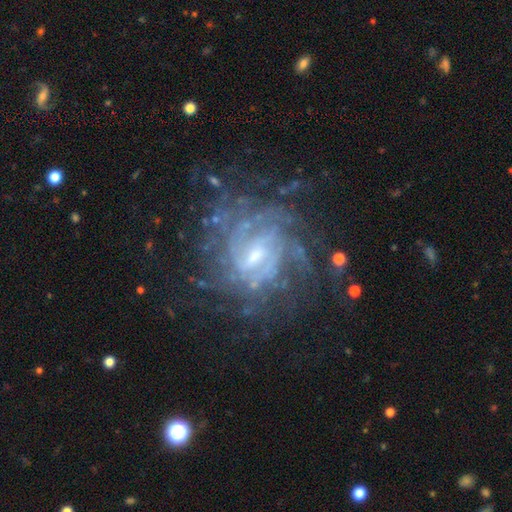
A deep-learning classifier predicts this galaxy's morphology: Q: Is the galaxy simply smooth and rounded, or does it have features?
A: featured or disk — 87%.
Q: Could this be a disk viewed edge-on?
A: no — 97%.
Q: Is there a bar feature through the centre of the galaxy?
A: weak — 59%.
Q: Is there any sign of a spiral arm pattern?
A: yes — 94%.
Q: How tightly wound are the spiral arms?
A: tight — 62%.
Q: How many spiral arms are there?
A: can't tell — 40%.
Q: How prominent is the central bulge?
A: small — 56%.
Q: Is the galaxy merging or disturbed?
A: none — 71%.